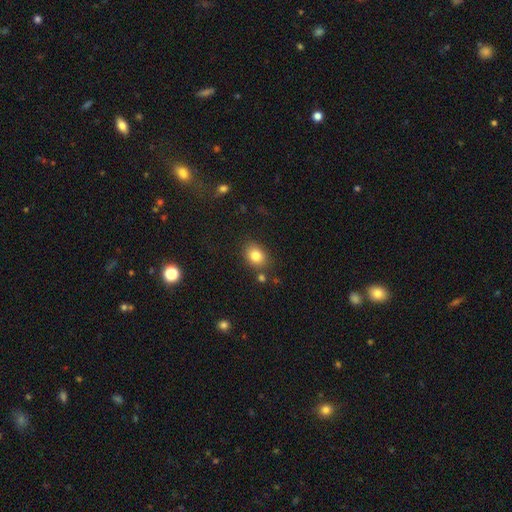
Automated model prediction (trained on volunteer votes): smooth-or-featured: smooth: 82% | star or artifact: 10% | featured or disk: 8%
  how-rounded: in between: 55% | round: 44% | cigar-shaped: 1%
  merging: none: 79% | minor disturbance: 12% | merger: 6% | major disturbance: 3%